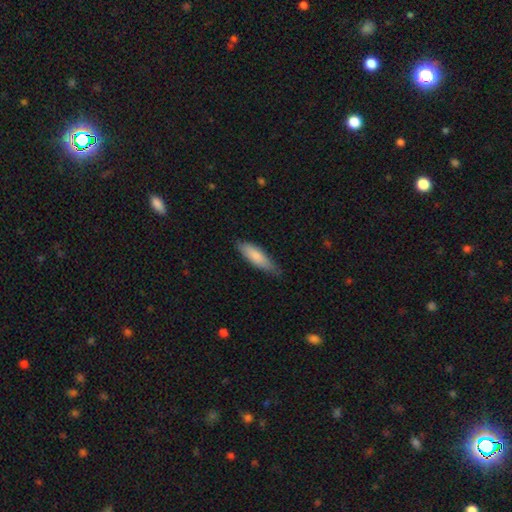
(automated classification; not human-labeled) smooth_or_featured: smooth (p=0.81) [alt: featured or disk p=0.14]
how_rounded: cigar-shaped (p=0.54) [alt: in between p=0.45]
merging: none (p=0.72) [alt: minor disturbance p=0.24]